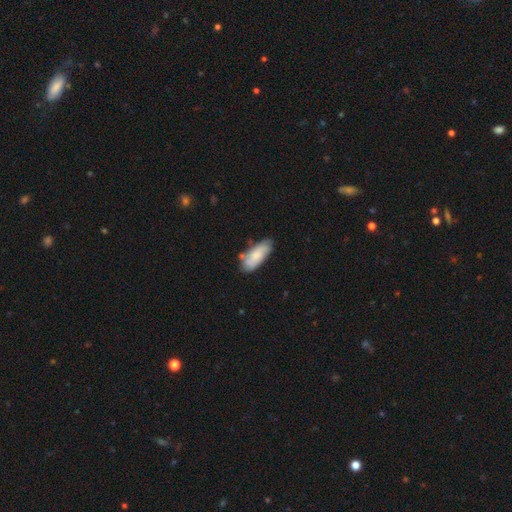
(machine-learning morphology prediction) Smooth or featured: smooth — 70% (featured or disk — 23%)
How rounded: in between — 80% (cigar-shaped — 18%)
Merging: none — 64% (minor disturbance — 24%)